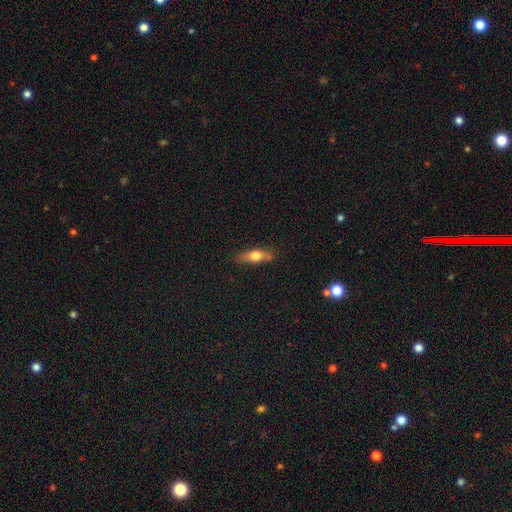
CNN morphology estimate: Overall: smooth (65%; featured or disk 27%). How rounded: in between (53%; cigar-shaped 42%). Merging: none (71%).